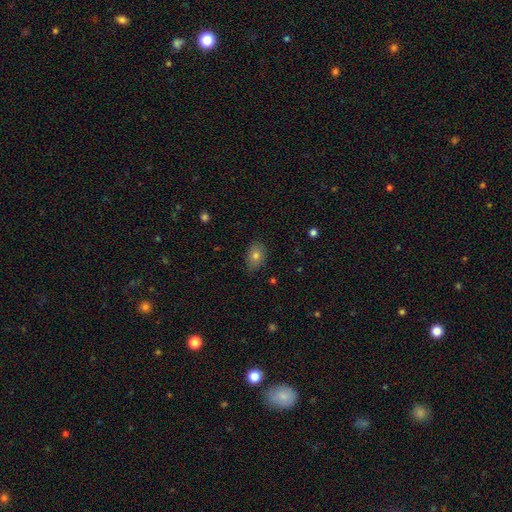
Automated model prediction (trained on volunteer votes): A smooth galaxy with no disk features (77%) that is in between round and cigar-shaped (76%). Merging: none (80%).